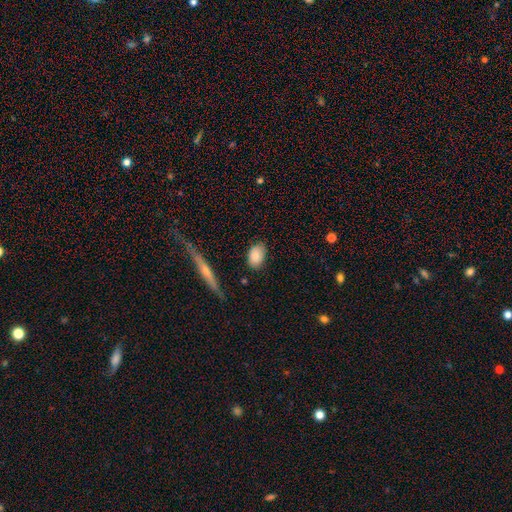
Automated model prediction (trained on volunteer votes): This is clearly a smooth galaxy (85%). How rounded: clearly in between (85%). Merging: likely none (80%).